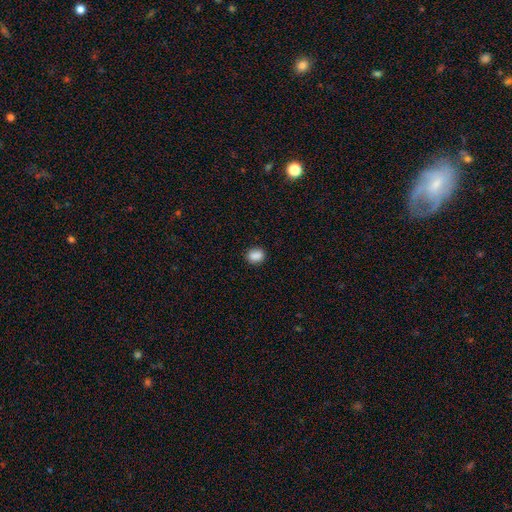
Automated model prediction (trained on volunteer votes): Morphology: type=smooth (88%); roundness=in between (57%); merging=none (87%).